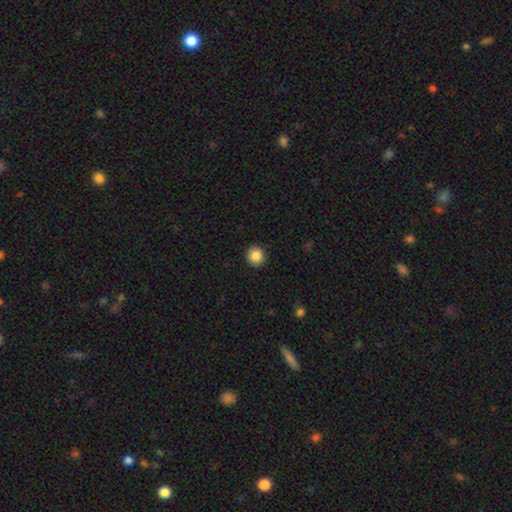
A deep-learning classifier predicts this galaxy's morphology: The model was most divided on "smooth or featured": smooth: 87%, star or artifact: 9%, featured or disk: 4%. More confident: merging — none (92%); how rounded — round (91%).